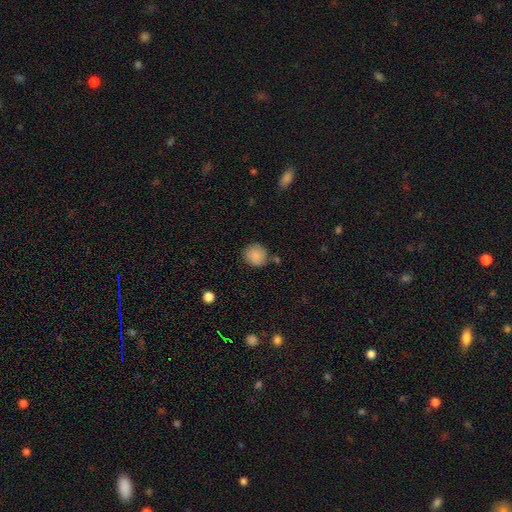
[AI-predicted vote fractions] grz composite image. It shows a smooth galaxy with no disk features (85%) that is round (89%). Merging: none (77%).